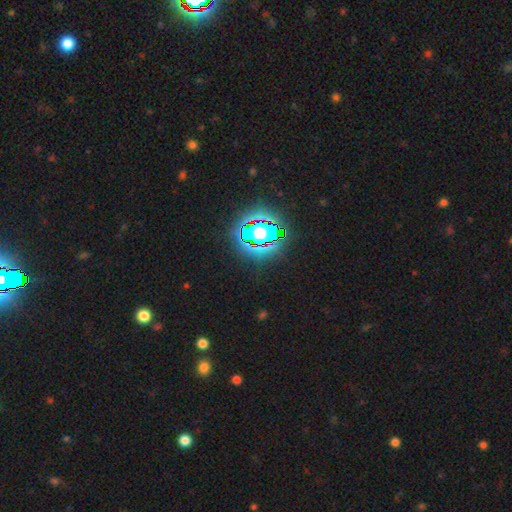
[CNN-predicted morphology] Smooth or featured? star or artifact (85%)